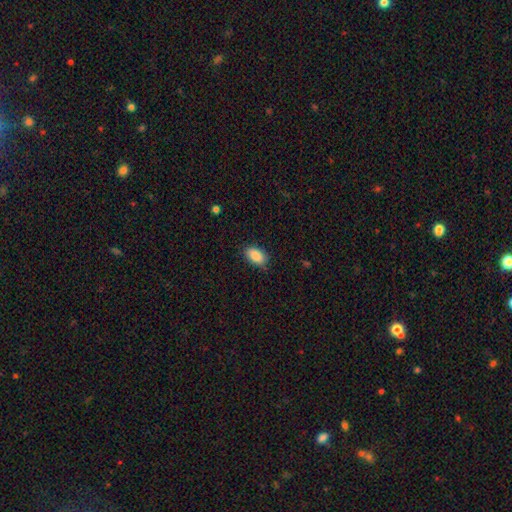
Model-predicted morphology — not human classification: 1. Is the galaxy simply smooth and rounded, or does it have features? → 88% smooth, 7% star or artifact, 5% featured or disk.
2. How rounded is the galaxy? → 93% in between, 5% round, 2% cigar-shaped.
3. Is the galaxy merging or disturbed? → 83% none, 13% minor disturbance, 3% major disturbance, 1% merger.